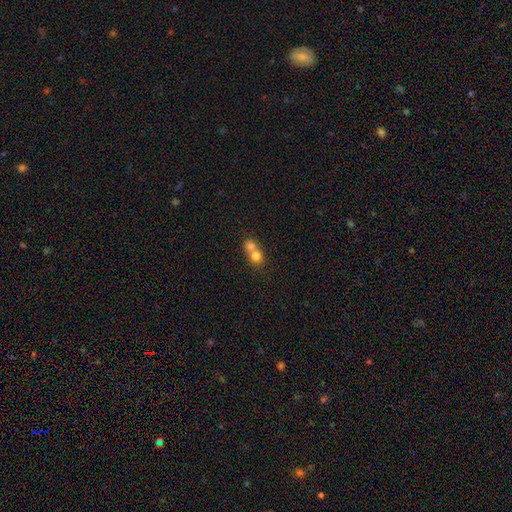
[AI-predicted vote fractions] A smooth galaxy with no disk features (74%) that is round (75%).

Vote fractions:
- Smooth or featured? smooth: 74% / featured or disk: 16% / star or artifact: 10%
- How rounded? round: 75% / in between: 24% / cigar-shaped: 1%
- Merging? merger: 71% / none: 23% / minor disturbance: 4% / major disturbance: 2%